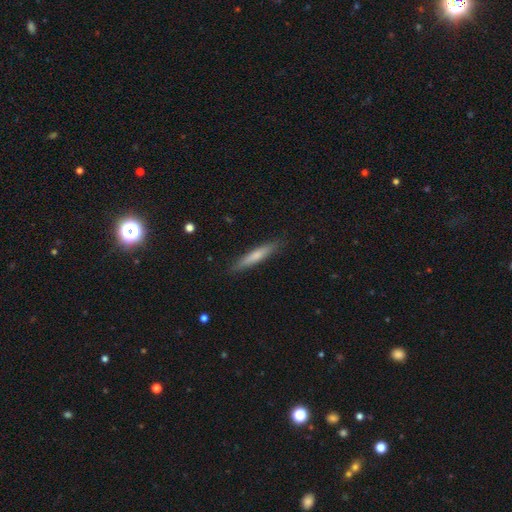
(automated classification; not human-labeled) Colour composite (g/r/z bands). It shows a smooth galaxy with no disk features (68%) that is cigar-shaped (93%). Merging: none (88%).